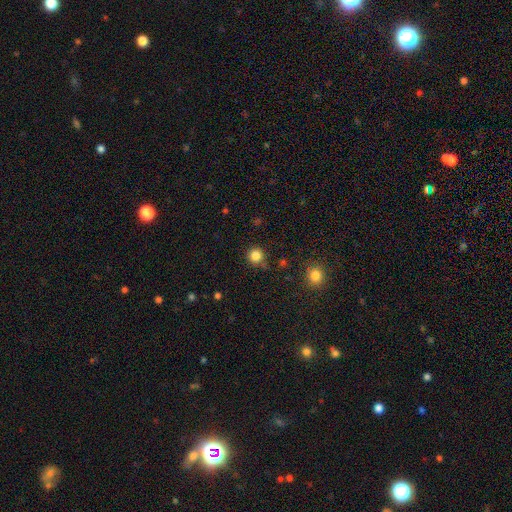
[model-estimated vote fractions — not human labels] smooth_or_featured: smooth (p=0.83) [alt: star or artifact p=0.13]
how_rounded: round (p=0.94) [alt: in between p=0.05]
merging: none (p=0.82) [alt: minor disturbance p=0.12]